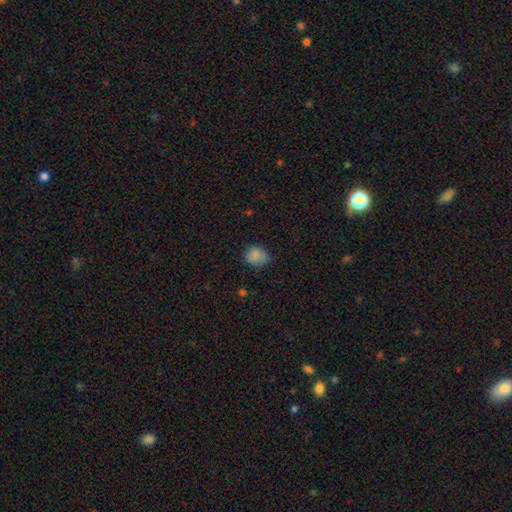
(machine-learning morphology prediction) smooth-or-featured: smooth: 85% | star or artifact: 11% | featured or disk: 5%
  how-rounded: round: 65% | in between: 34% | cigar-shaped: 1%
  merging: none: 76% | minor disturbance: 19% | major disturbance: 4% | merger: 1%